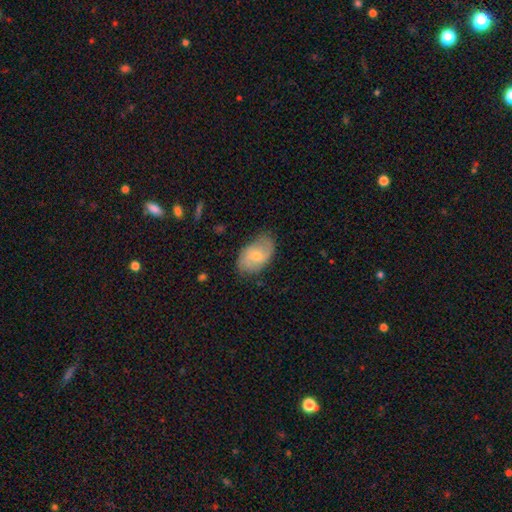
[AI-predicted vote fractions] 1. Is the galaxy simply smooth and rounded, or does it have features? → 47% featured or disk, 46% smooth, 7% star or artifact.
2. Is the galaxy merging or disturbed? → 72% none, 22% minor disturbance, 5% major disturbance, 1% merger.